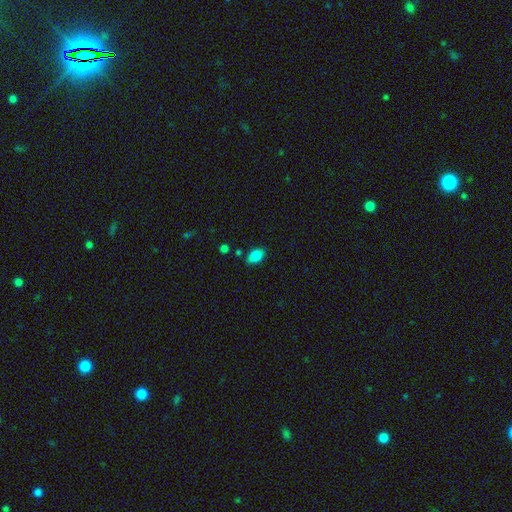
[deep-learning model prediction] smooth 86%, star or artifact 8%, featured or disk 6%. Down the decision tree: how rounded — in between (90%); merging — none (81%).